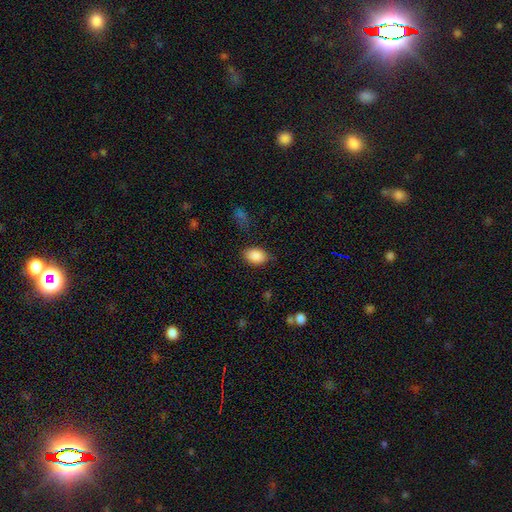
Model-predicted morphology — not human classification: Q: Smooth or featured?
A: smooth (88%); runner-up: star or artifact (8%)
Q: How rounded?
A: in between (82%); runner-up: round (16%)
Q: Merging?
A: none (79%); runner-up: minor disturbance (15%)